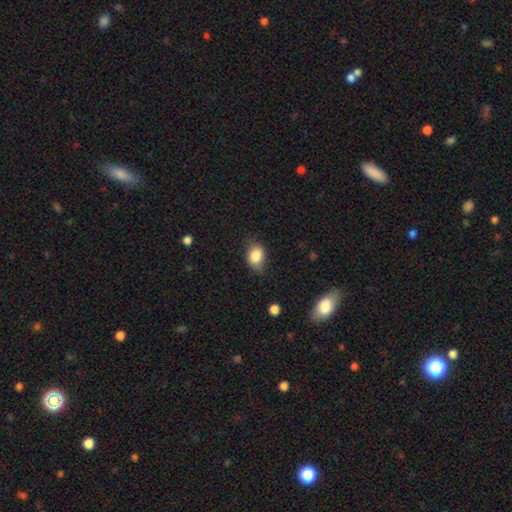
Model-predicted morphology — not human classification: smooth_or_featured: smooth (p=0.83) [alt: star or artifact p=0.09]
how_rounded: in between (p=0.65) [alt: round p=0.33]
merging: none (p=0.66) [alt: minor disturbance p=0.26]